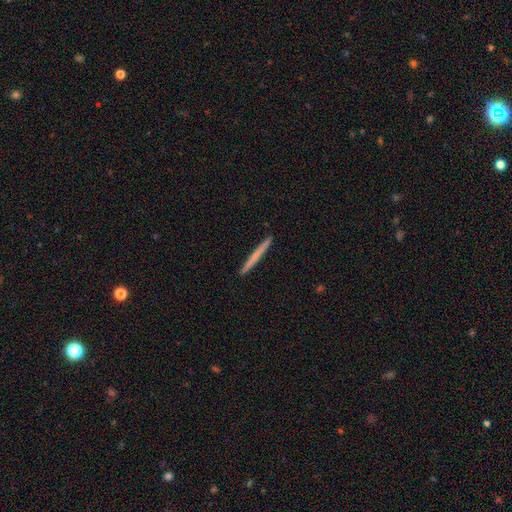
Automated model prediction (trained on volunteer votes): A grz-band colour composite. It shows a smooth galaxy with no disk features (60%) that is cigar-shaped (97%). Merging: none (93%).